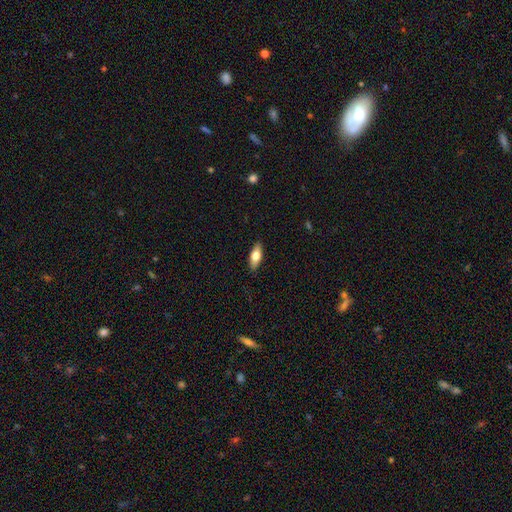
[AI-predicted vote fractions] The model was most divided on "smooth or featured": smooth: 66%, featured or disk: 28%, star or artifact: 6%. More confident: merging — none (88%); how rounded — in between (75%).